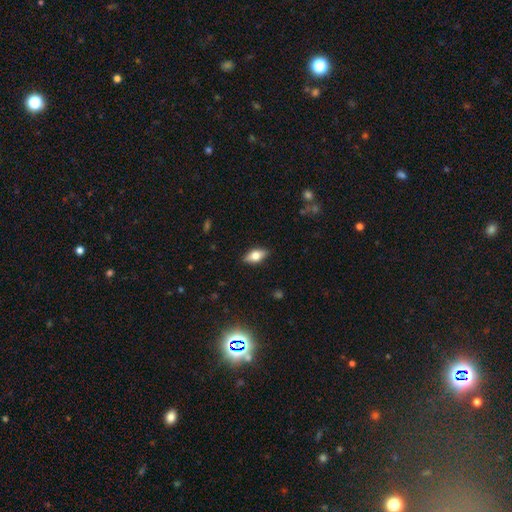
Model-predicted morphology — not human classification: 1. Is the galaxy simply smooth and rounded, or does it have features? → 64% smooth, 28% featured or disk, 8% star or artifact.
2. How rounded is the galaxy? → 83% in between, 12% cigar-shaped, 4% round.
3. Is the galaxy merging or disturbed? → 87% none, 10% minor disturbance, 2% major disturbance, 1% merger.